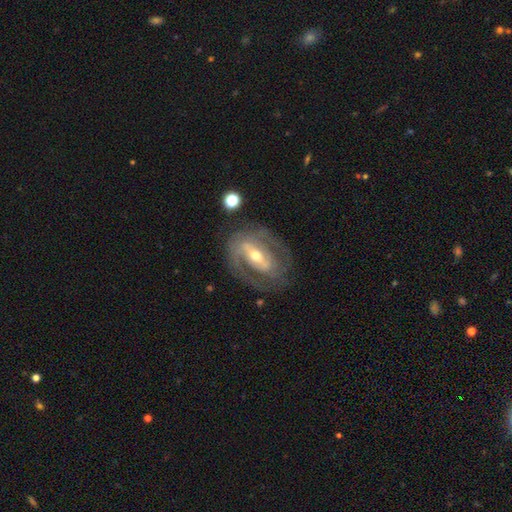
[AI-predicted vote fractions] Morphology: type=featured or disk (82%); edge-on=no (93%); bar=strong (52%); spiral arms=yes (72%); winding=tight (47%); arm count=2 (65%); bulge=moderate (57%); merging=none (69%).